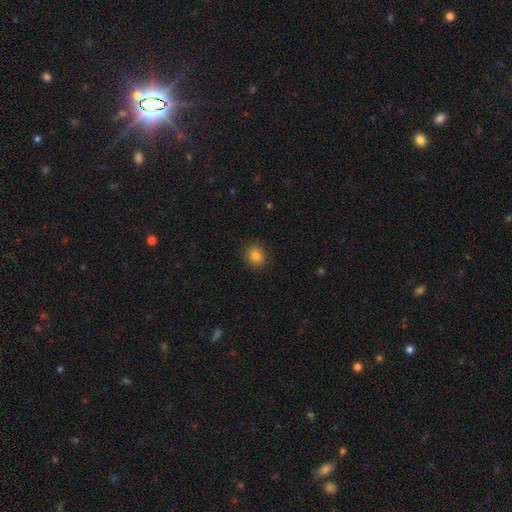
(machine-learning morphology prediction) smooth-or-featured: smooth: 82% | star or artifact: 11% | featured or disk: 7%
  how-rounded: round: 81% | in between: 18% | cigar-shaped: 1%
  merging: none: 89% | minor disturbance: 8% | major disturbance: 2% | merger: 1%